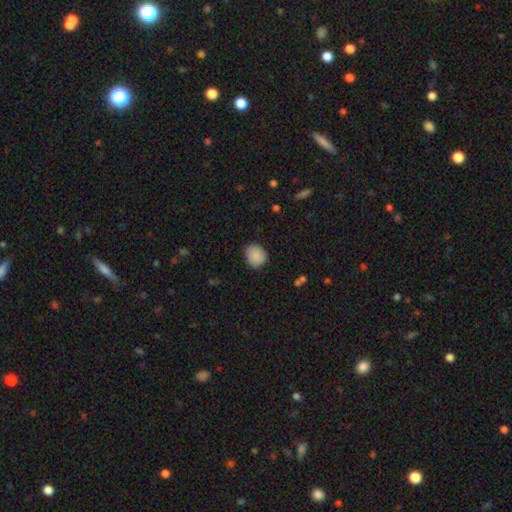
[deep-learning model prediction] smooth-or-featured: smooth: 88% | star or artifact: 8% | featured or disk: 5%
  how-rounded: round: 70% | in between: 29% | cigar-shaped: 1%
  merging: none: 82% | minor disturbance: 15% | major disturbance: 3% | merger: 1%